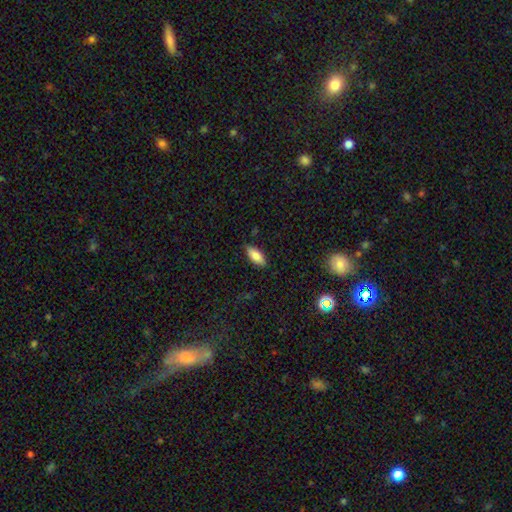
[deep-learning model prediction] Overall: smooth (81%). How rounded: in between (78%). Merging: none (85%).